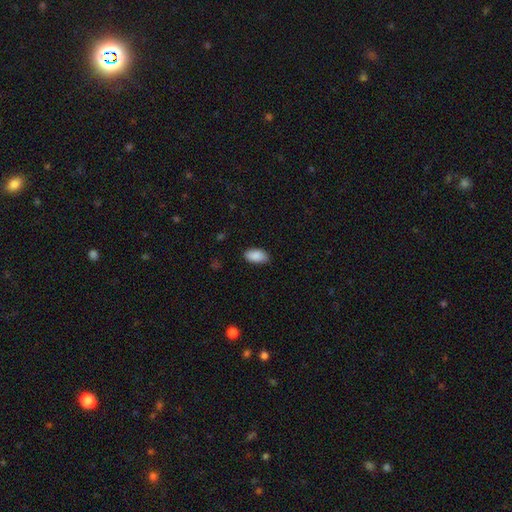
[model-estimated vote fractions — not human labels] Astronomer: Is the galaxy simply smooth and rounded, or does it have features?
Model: smooth — 90%.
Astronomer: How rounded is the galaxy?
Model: in between — 95%.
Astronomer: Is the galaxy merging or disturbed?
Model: none — 85%.